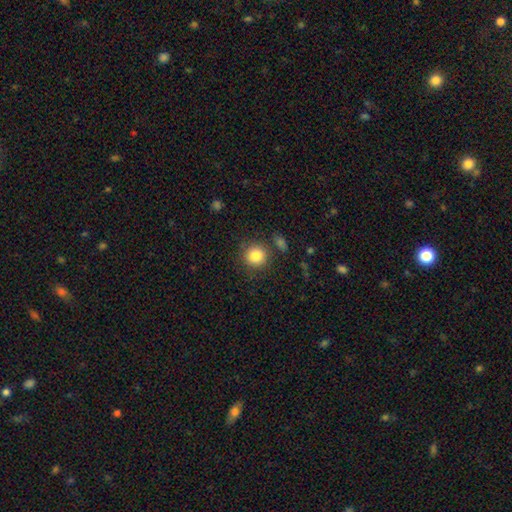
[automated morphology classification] smooth_or_featured: smooth (p=0.83) [alt: star or artifact p=0.10]
how_rounded: round (p=0.92) [alt: in between p=0.07]
merging: none (p=0.83) [alt: minor disturbance p=0.09]